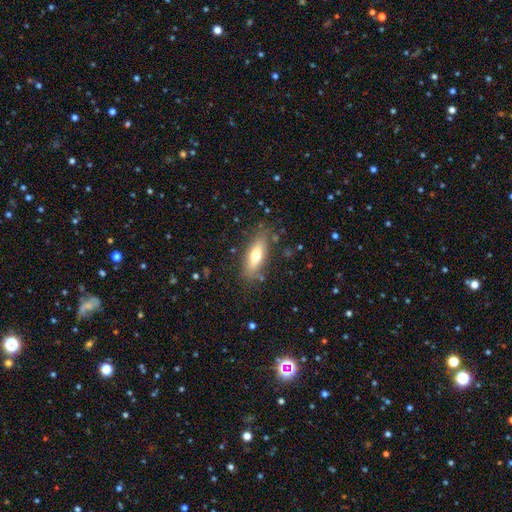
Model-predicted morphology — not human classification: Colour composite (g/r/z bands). It shows a smooth galaxy with no disk features (66%) that is in between round and cigar-shaped (65%). Merging: none (80%).